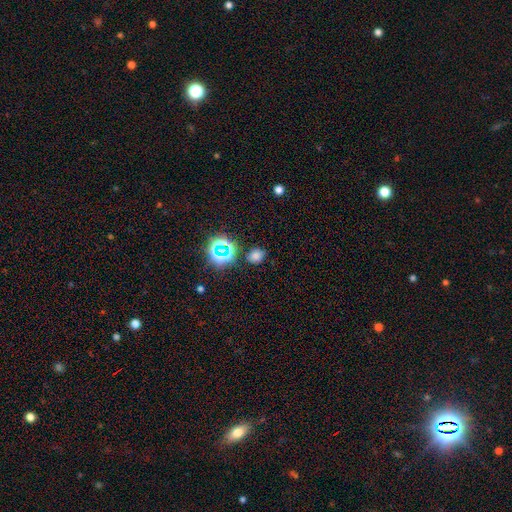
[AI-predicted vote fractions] A smooth galaxy with no disk features (68%) that is round (59%). Merging: none (81%).